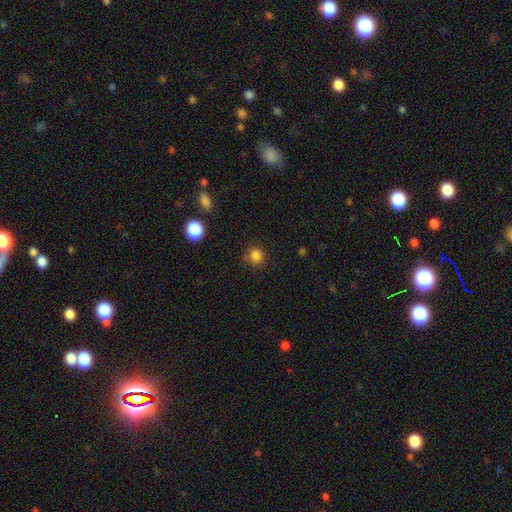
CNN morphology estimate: smooth_or_featured: smooth (p=0.82) [alt: star or artifact p=0.13]
how_rounded: round (p=0.87) [alt: in between p=0.12]
merging: none (p=0.80) [alt: minor disturbance p=0.12]